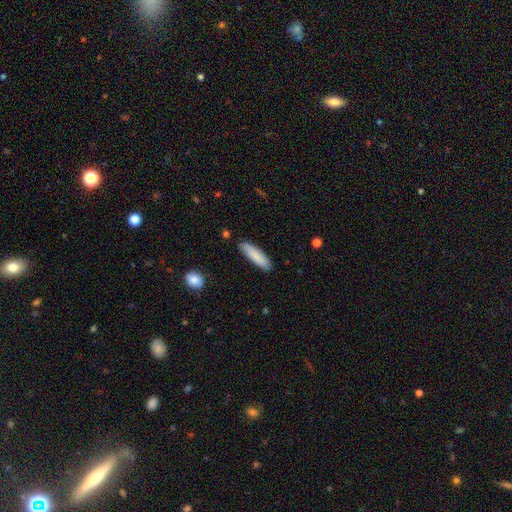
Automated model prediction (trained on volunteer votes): Smooth or featured: smooth — 84% (featured or disk — 10%)
How rounded: cigar-shaped — 72% (in between — 27%)
Merging: none — 87% (minor disturbance — 10%)